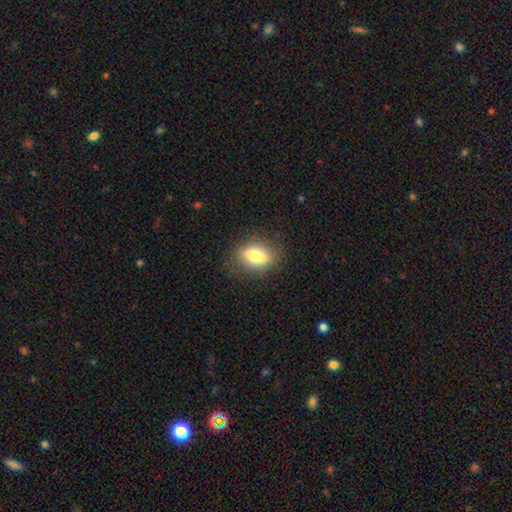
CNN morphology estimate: smooth_or_featured: smooth (p=0.75) [alt: featured or disk p=0.16]
how_rounded: in between (p=0.77) [alt: round p=0.18]
merging: none (p=0.81) [alt: minor disturbance p=0.14]